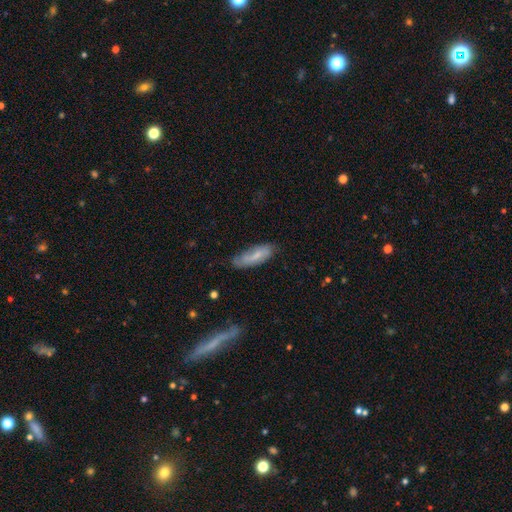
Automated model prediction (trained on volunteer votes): smooth_or_featured: smooth (p=0.58) [alt: featured or disk p=0.35]
how_rounded: in between (p=0.64) [alt: cigar-shaped p=0.33]
merging: none (p=0.62) [alt: minor disturbance p=0.27]